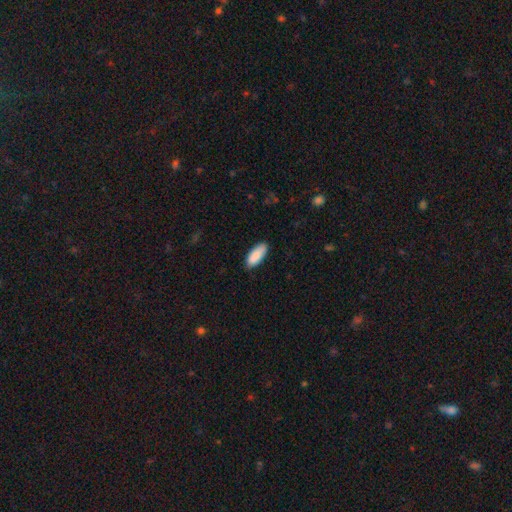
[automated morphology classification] smooth-or-featured: smooth: 90% | star or artifact: 6% | featured or disk: 5%
  how-rounded: in between: 83% | cigar-shaped: 15% | round: 2%
  merging: none: 83% | minor disturbance: 13% | major disturbance: 2% | merger: 1%